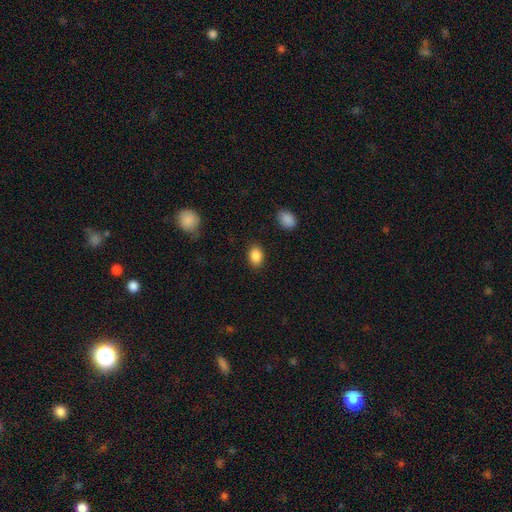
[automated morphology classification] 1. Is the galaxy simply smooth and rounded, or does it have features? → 88% smooth, 8% star or artifact, 4% featured or disk.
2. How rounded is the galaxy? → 75% in between, 23% round, 1% cigar-shaped.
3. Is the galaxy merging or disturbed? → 86% none, 9% minor disturbance, 3% major disturbance, 2% merger.